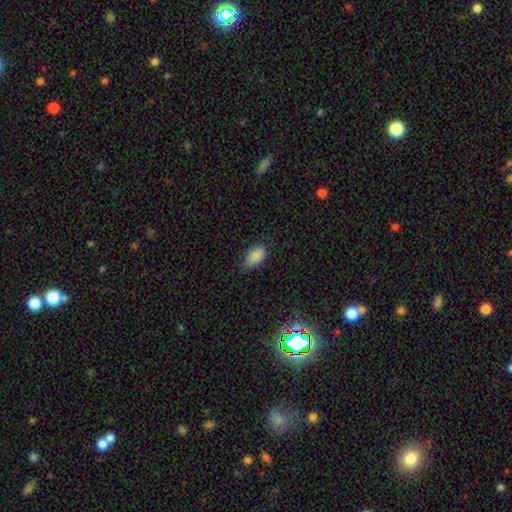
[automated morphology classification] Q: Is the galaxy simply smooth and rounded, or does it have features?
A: smooth — 86%.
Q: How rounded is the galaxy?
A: in between — 92%.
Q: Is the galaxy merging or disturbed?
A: none — 68%.